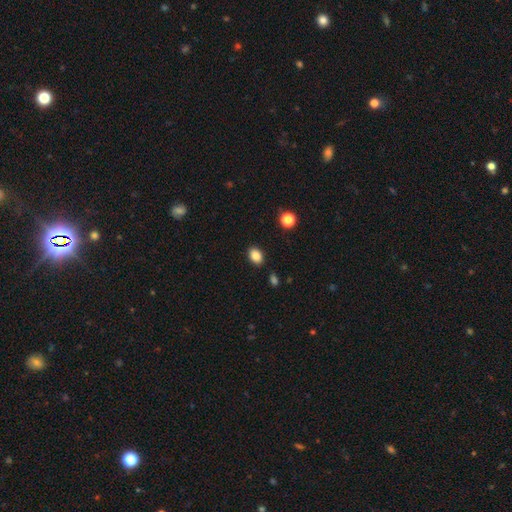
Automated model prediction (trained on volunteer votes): smooth_or_featured: smooth (p=0.86) [alt: star or artifact p=0.09]
how_rounded: in between (p=0.75) [alt: round p=0.24]
merging: none (p=0.87) [alt: minor disturbance p=0.09]